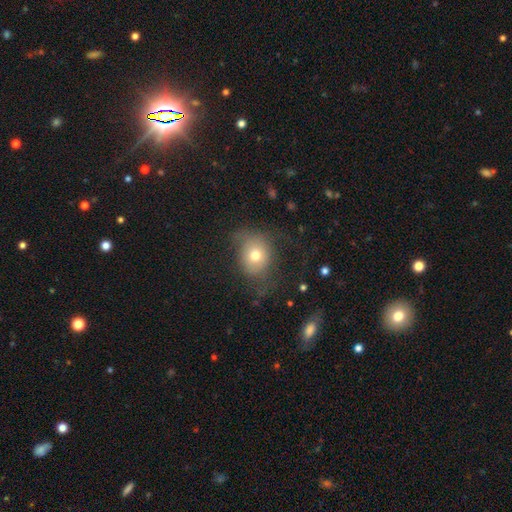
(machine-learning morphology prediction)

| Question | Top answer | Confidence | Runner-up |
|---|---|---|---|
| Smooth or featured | smooth | 69% | featured or disk (19%) |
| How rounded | round | 67% | in between (32%) |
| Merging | none | 49% | minor disturbance (26%) |